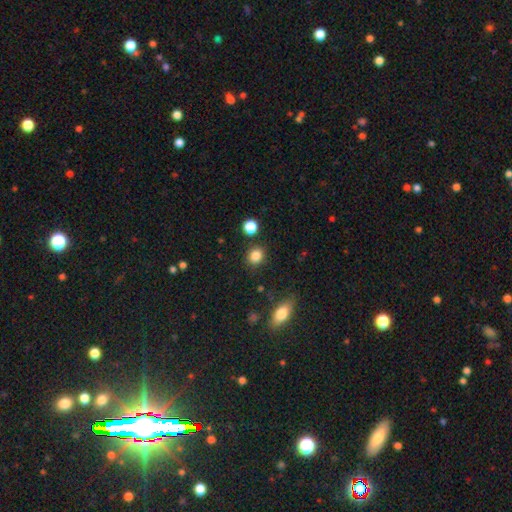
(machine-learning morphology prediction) Smooth or featured? Predicted: smooth (p=0.85). How rounded? Predicted: round (p=0.72). Merging? Predicted: none (p=0.85).